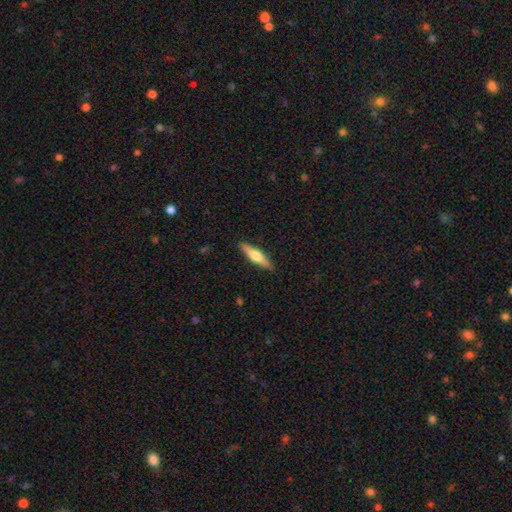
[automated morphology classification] This appears to be a featured or disk galaxy (49%). Merging: none (90%).